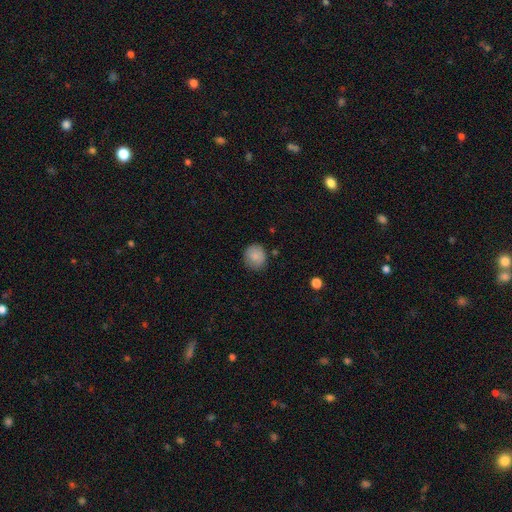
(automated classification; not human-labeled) A smooth galaxy with no disk features (84%) that is round (84%). Merging: none (80%).